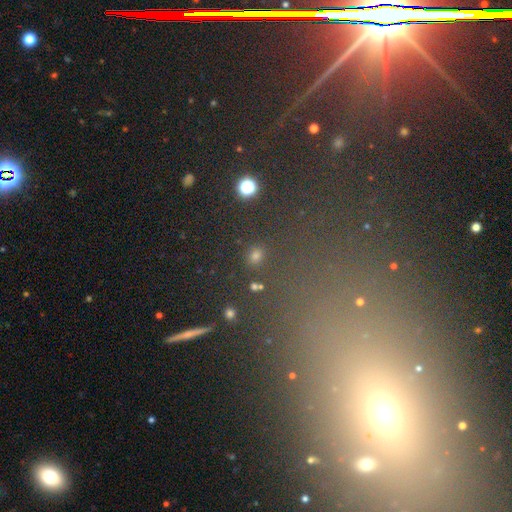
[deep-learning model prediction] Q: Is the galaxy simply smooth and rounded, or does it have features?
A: smooth — 69%.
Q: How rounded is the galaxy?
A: round — 75%.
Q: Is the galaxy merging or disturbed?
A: none — 87%.